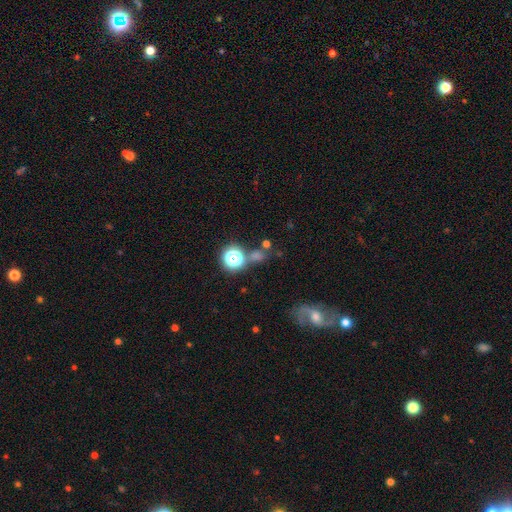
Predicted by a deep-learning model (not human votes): Morphology: type=smooth (41%, tied with star or artifact); merging=none (66%).